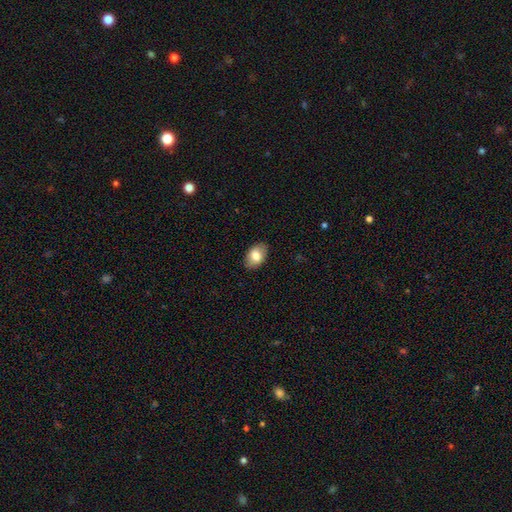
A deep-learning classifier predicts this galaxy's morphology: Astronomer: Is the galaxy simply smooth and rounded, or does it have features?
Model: smooth — 79%.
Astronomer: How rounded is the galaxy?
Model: in between — 87%.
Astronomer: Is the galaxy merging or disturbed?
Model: none — 87%.